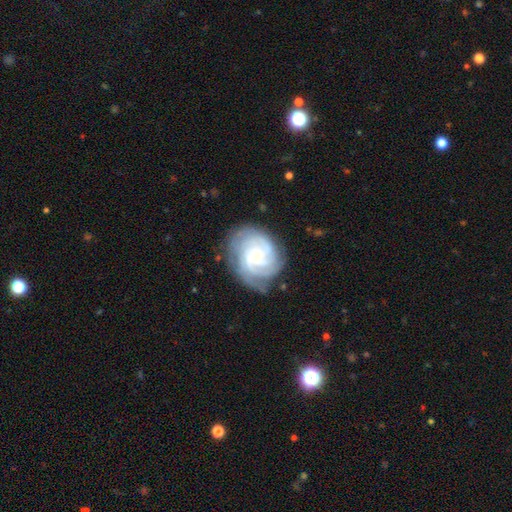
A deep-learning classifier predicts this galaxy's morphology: Overall: featured or disk (82%). Edge-on disk: no (98%). Bar: no (64%; weak 30%). Spiral arms: yes (97%). Spiral arm count: can't tell (27%; 4 24%). Spiral winding: tight (74%). Bulge size: small (75%). Merging: none (73%).